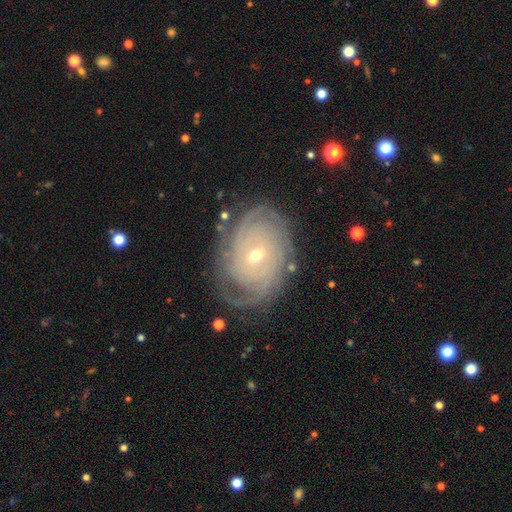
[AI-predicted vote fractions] This is clearly a featured or disk galaxy (86%). It is clearly not viewed edge-on (96%). Bar: likely no (61%). Spiral arm pattern: clearly yes (96%). Spiral arm count: marginally can't tell (33%). Spiral winding: clearly tight (81%). Central bulge: likely small (65%). Merging: likely none (77%).